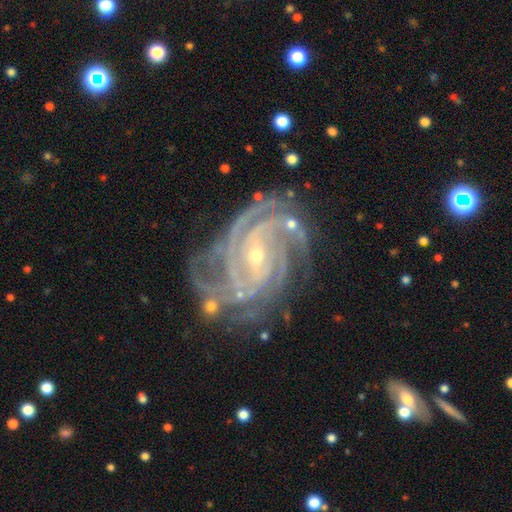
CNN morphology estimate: Smooth or featured? Predicted: featured or disk (p=0.93). Edge-on disk? Predicted: no (p=0.98). Bar? Predicted: weak (p=0.43). Spiral arms? Predicted: yes (p=0.99). Spiral winding? Predicted: tight (p=0.71). Spiral arm count? Predicted: 4 (p=0.38). Bulge size? Predicted: small (p=0.65). Merging? Predicted: none (p=0.67).